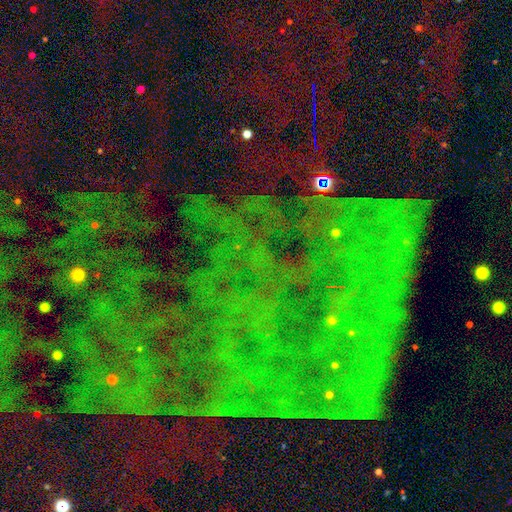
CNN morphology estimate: A star or artifact, not a galaxy (82%).